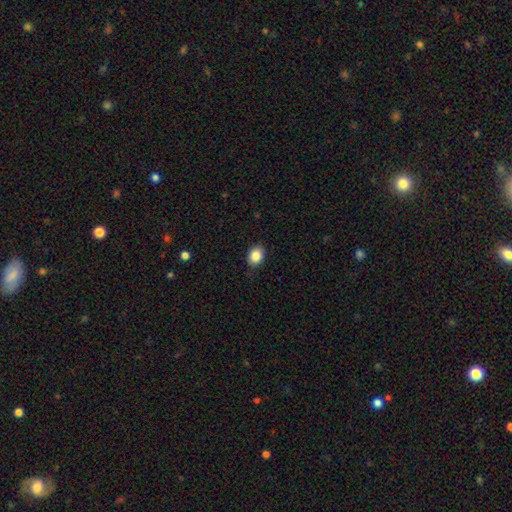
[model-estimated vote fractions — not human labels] Smooth or featured: smooth — 86% (star or artifact — 9%)
How rounded: in between — 58% (round — 42%)
Merging: none — 85% (minor disturbance — 11%)